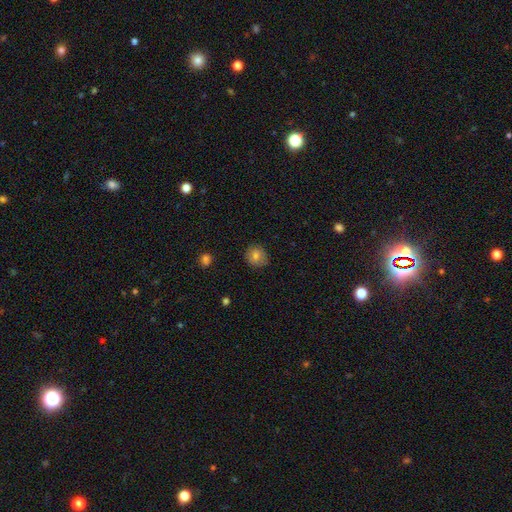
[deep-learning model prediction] Q: Smooth or featured?
A: smooth (77%); runner-up: featured or disk (12%)
Q: How rounded?
A: round (84%); runner-up: in between (15%)
Q: Merging?
A: none (82%); runner-up: minor disturbance (14%)